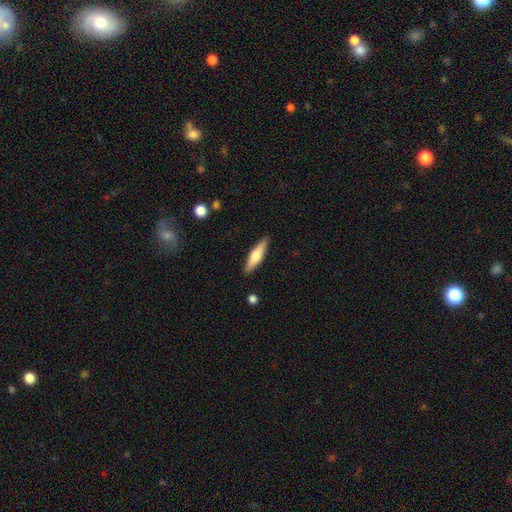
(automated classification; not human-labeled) A smooth galaxy with no disk features (57%) that is cigar-shaped (71%).

Vote fractions:
- Smooth or featured? smooth: 57% / featured or disk: 37% / star or artifact: 6%
- How rounded? cigar-shaped: 71% / in between: 27% / round: 2%
- Merging? none: 89% / minor disturbance: 8% / major disturbance: 2% / merger: 1%